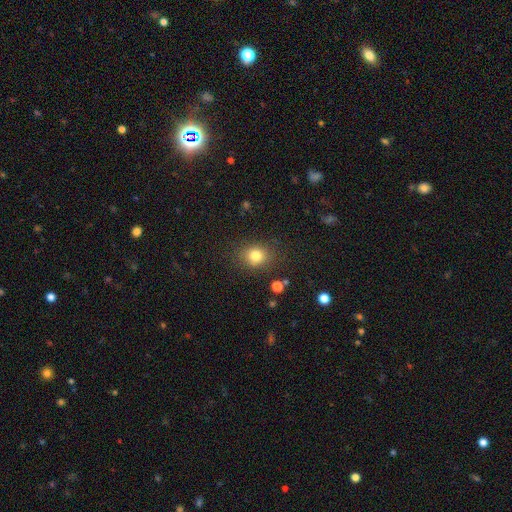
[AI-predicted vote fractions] Morphology: type=smooth (81%); roundness=round (65%); merging=none (84%).